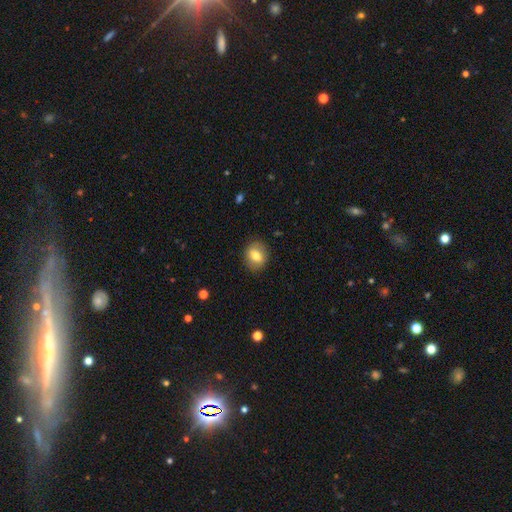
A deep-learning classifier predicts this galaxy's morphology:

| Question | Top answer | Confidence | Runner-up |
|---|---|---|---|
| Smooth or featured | smooth | 75% | featured or disk (16%) |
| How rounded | round | 57% | in between (41%) |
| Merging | none | 86% | minor disturbance (10%) |